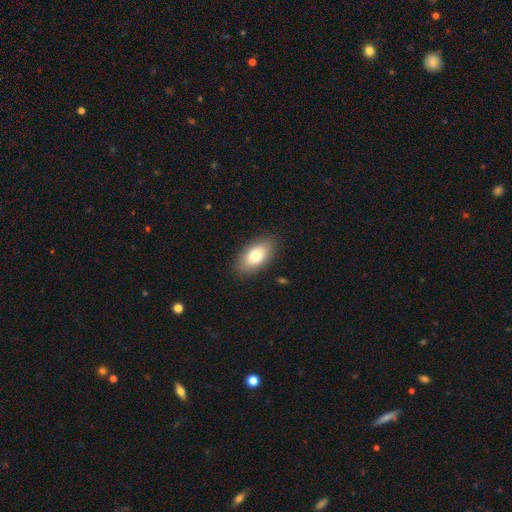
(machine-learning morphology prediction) smooth 76%, featured or disk 16%, star or artifact 7%. Down the decision tree: how rounded — in between (92%); merging — none (87%).